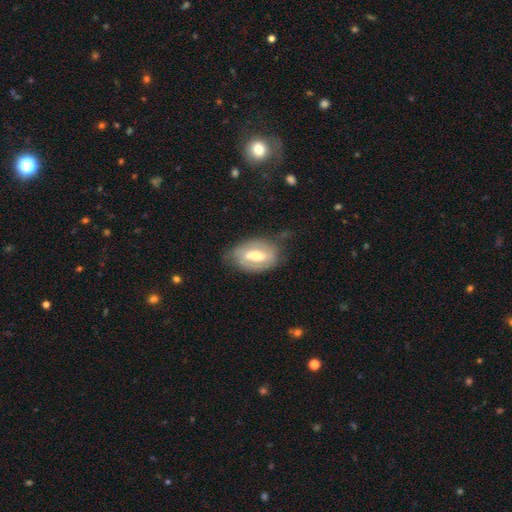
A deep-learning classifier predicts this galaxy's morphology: type=featured or disk (61%); edge-on=no (91%); bar=strong (45%); spiral arms=yes (57%); bulge=moderate (68%); merging=none (62%).